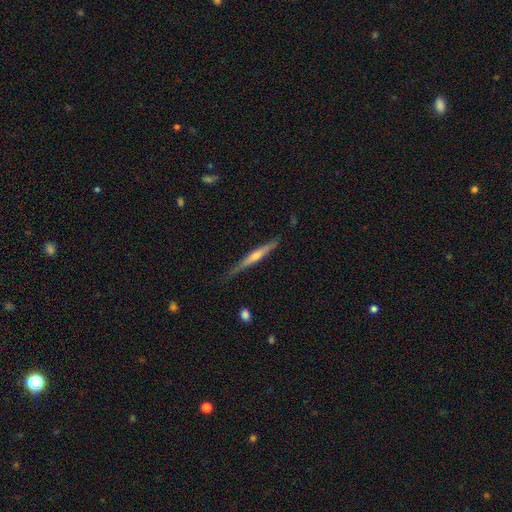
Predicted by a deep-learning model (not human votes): smooth_or_featured: featured or disk (p=0.69) [alt: smooth p=0.26]
disk_edge_on: yes (p=0.97) [alt: no p=0.03]
edge_on_bulge: rounded (p=0.73) [alt: none p=0.21]
merging: none (p=0.81) [alt: minor disturbance p=0.16]